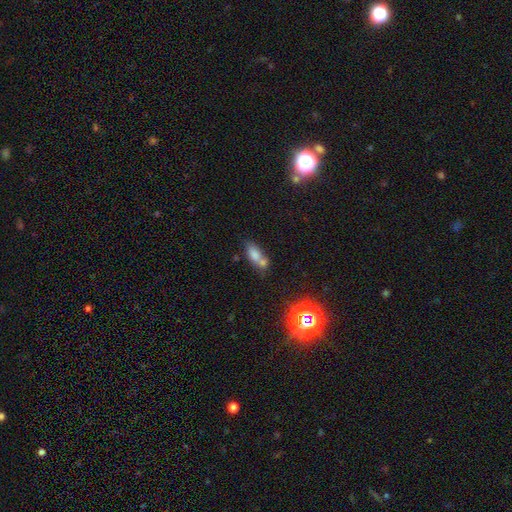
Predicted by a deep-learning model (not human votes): smooth-or-featured: smooth: 72% | featured or disk: 15% | star or artifact: 13%
  how-rounded: in between: 76% | cigar-shaped: 17% | round: 7%
  merging: merger: 49% | none: 32% | minor disturbance: 13% | major disturbance: 6%